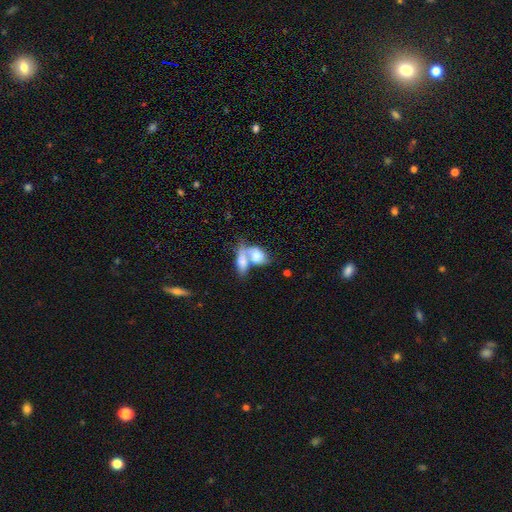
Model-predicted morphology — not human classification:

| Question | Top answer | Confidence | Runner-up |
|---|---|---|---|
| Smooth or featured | smooth | 70% | featured or disk (24%) |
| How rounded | in between | 84% | round (12%) |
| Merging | merger | 74% | none (14%) |